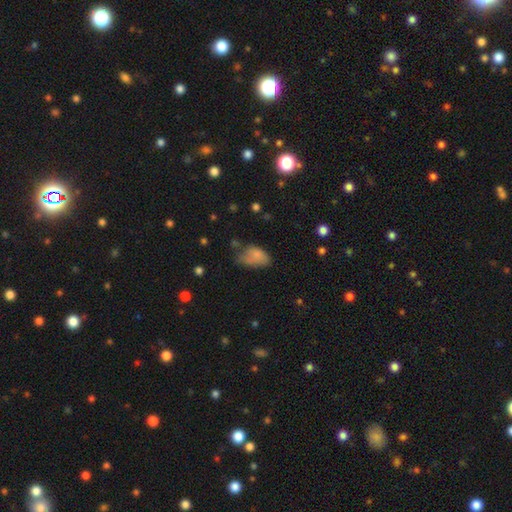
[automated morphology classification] type=smooth (76%); roundness=in between (90%); merging=minor disturbance (36%).